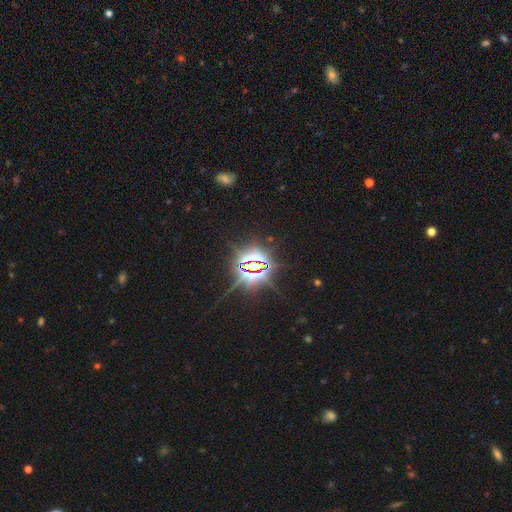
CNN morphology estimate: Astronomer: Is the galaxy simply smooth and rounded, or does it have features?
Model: star or artifact — 84%.